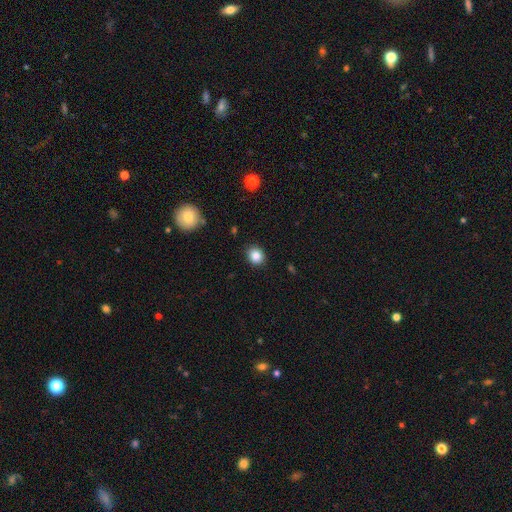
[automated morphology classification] type=smooth (85%); roundness=round (74%); merging=none (88%).